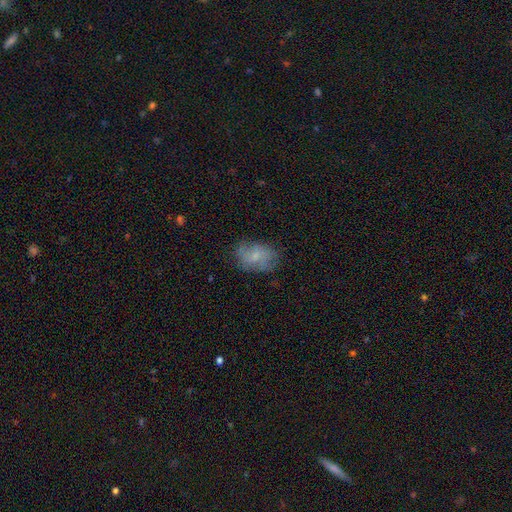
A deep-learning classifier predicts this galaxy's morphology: smooth_or_featured: smooth (p=0.58) [alt: featured or disk p=0.33]
how_rounded: in between (p=0.81) [alt: round p=0.18]
merging: none (p=0.66) [alt: minor disturbance p=0.24]